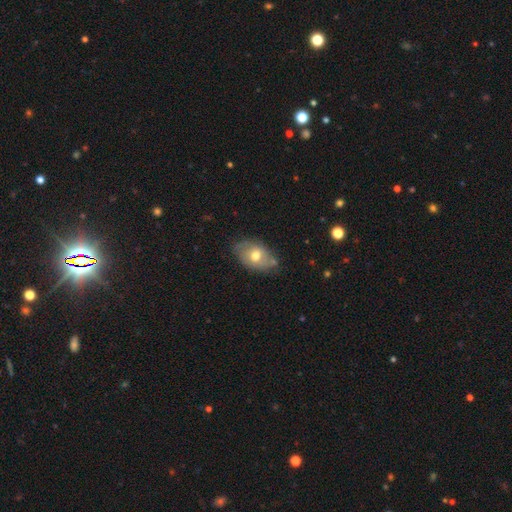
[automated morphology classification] This is possibly a smooth galaxy (58%). How rounded: clearly in between (85%). Merging: likely none (64%).